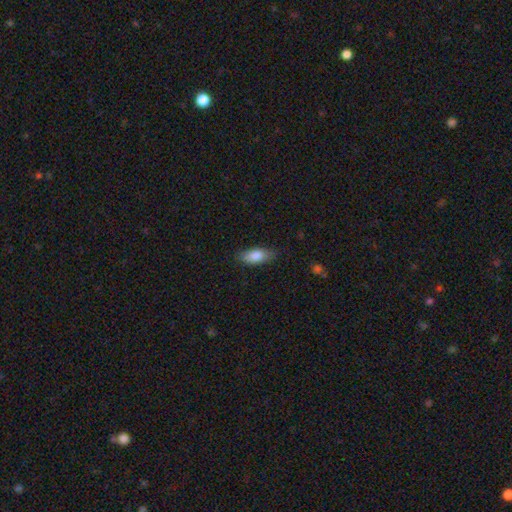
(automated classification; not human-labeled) Q: Smooth or featured?
A: smooth (83%); runner-up: featured or disk (11%)
Q: How rounded?
A: in between (81%); runner-up: cigar-shaped (16%)
Q: Merging?
A: none (80%); runner-up: minor disturbance (16%)